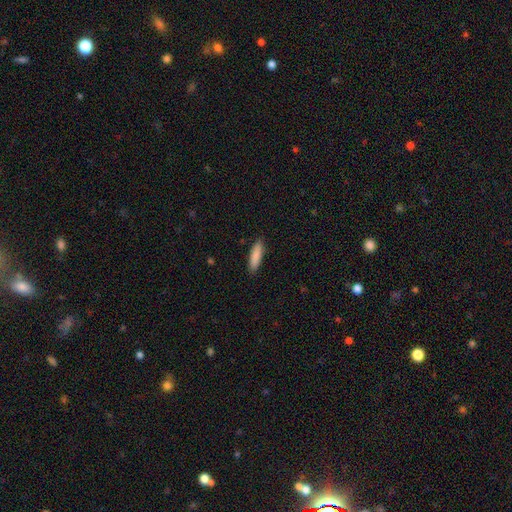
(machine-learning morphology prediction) Smooth or featured: smooth — 87% (featured or disk — 7%)
How rounded: cigar-shaped — 68% (in between — 31%)
Merging: none — 89% (minor disturbance — 8%)